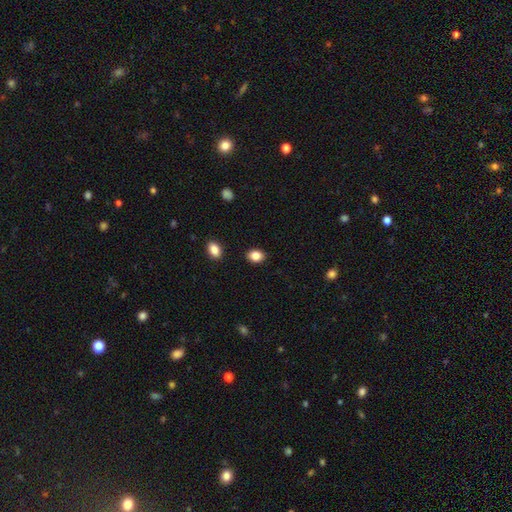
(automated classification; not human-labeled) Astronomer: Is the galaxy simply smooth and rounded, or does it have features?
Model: smooth — 86%.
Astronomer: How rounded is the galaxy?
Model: in between — 65%.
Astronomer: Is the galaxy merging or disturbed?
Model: none — 89%.